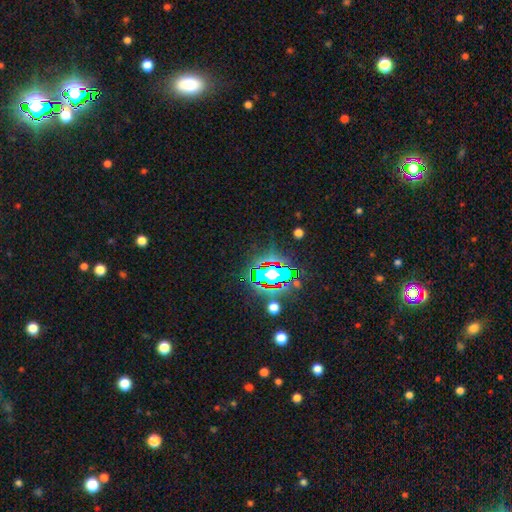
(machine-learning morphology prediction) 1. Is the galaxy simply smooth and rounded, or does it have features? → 82% star or artifact, 10% smooth, 7% featured or disk.